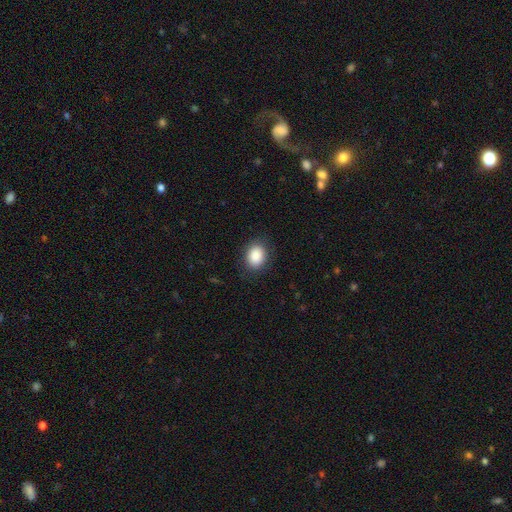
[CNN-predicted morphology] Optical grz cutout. It shows a smooth galaxy with no disk features (88%) that is in between round and cigar-shaped (63%). Merging: none (86%).